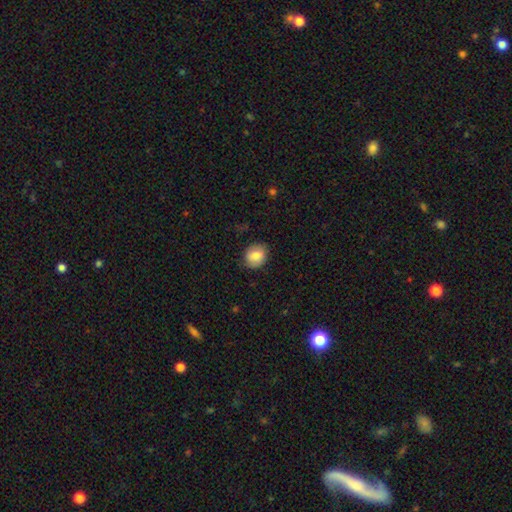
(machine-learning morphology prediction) This is likely a smooth galaxy (79%). How rounded: likely round (67%). Merging: clearly none (81%).